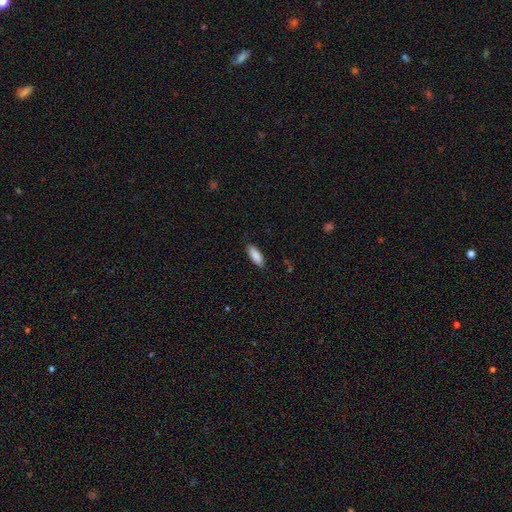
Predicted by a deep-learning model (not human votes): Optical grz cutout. It shows a smooth galaxy with no disk features (88%) that is in between round and cigar-shaped (67%). Merging: none (84%).